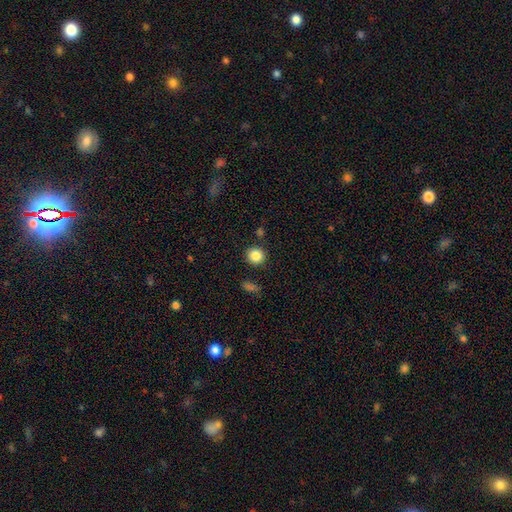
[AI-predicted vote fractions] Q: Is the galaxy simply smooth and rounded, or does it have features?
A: smooth — 86%.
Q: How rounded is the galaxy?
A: round — 93%.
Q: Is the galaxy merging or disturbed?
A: none — 87%.